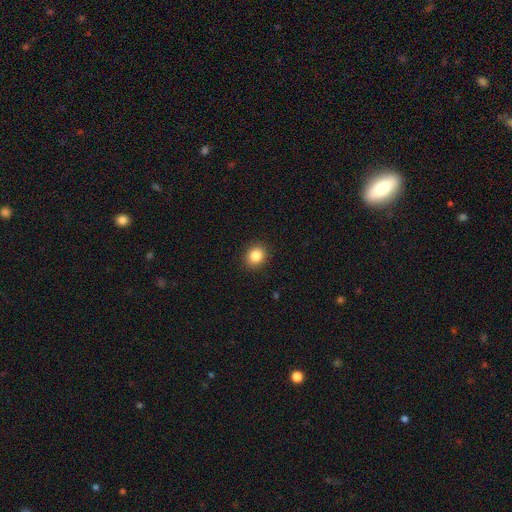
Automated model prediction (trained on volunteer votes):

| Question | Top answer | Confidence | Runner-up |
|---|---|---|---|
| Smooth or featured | smooth | 85% | star or artifact (10%) |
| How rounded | round | 75% | in between (25%) |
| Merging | none | 91% | minor disturbance (6%) |